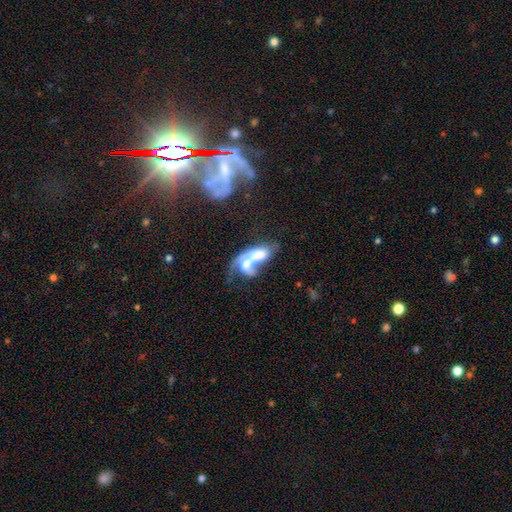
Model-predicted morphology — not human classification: A featured or disk galaxy (47%).

Vote fractions:
- Smooth or featured? featured or disk: 47% / smooth: 45% / star or artifact: 8%
- Merging? merger: 75% / major disturbance: 12% / none: 8% / minor disturbance: 5%